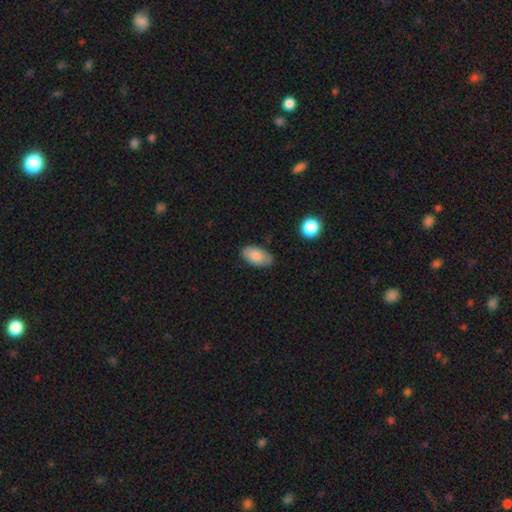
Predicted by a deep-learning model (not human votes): Q: Smooth or featured?
A: smooth (82%); runner-up: featured or disk (11%)
Q: How rounded?
A: in between (94%); runner-up: round (4%)
Q: Merging?
A: none (80%); runner-up: minor disturbance (15%)